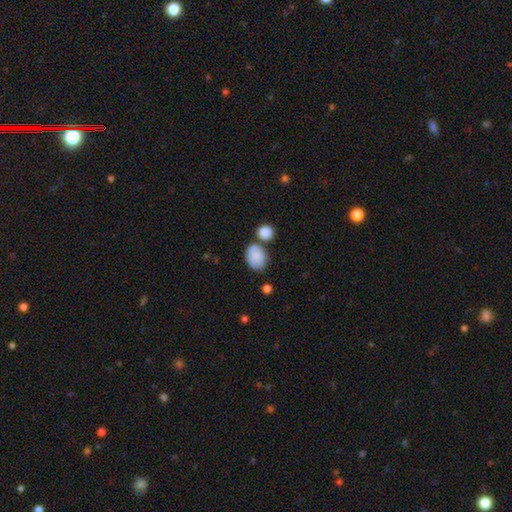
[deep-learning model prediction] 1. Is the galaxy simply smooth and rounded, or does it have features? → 82% smooth, 11% featured or disk, 8% star or artifact.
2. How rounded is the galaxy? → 79% in between, 20% round, 1% cigar-shaped.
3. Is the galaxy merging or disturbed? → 51% none, 22% merger, 20% minor disturbance, 7% major disturbance.